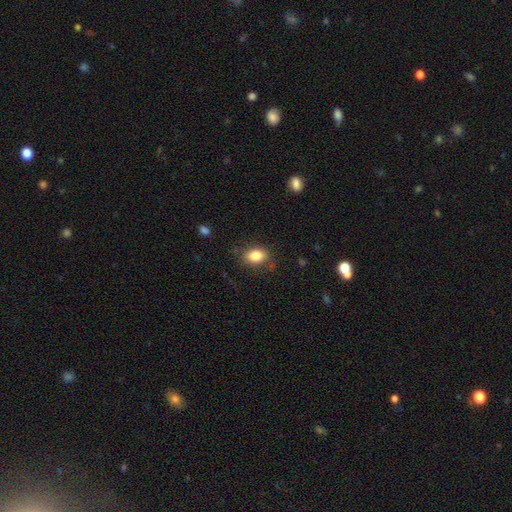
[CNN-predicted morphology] A smooth galaxy with no disk features (85%) that is in between round and cigar-shaped (79%). Merging: none (80%).